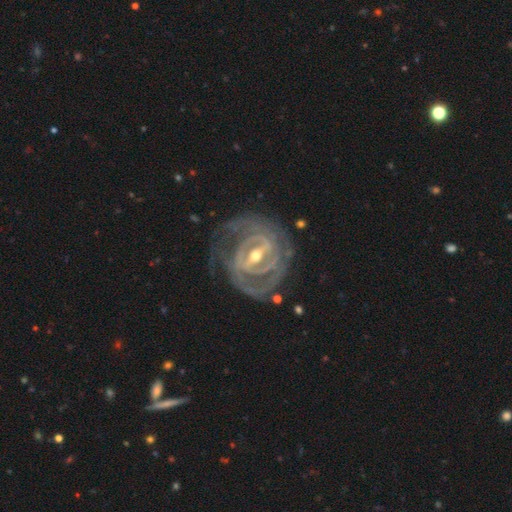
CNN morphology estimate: Smooth or featured?
  - featured or disk: 91% *
  - smooth: 4%
  - star or artifact: 4%
Edge-on disk?
  - no: 95% *
  - yes: 5%
Bar?
  - strong: 68% *
  - weak: 25%
  - no: 7%
Spiral arms?
  - yes: 94% *
  - no: 6%
Spiral winding?
  - tight: 76% *
  - medium: 20%
  - loose: 5%
Spiral arm count?
  - 2: 32% *
  - can't tell: 26%
  - 3: 20%
  - 4: 11%
  - more than 4: 6%
  - 1: 6%
Bulge size?
  - moderate: 60% *
  - small: 36%
  - large: 3%
  - none: 1%
  - dominant: 1%
Merging?
  - none: 72% *
  - minor disturbance: 16%
  - major disturbance: 10%
  - merger: 2%